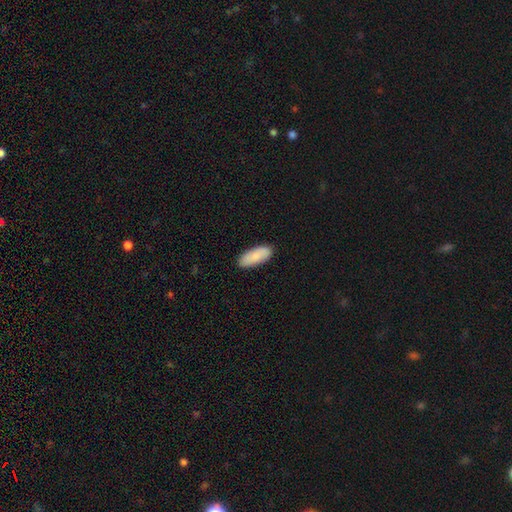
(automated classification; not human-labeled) Smooth or featured? Predicted: smooth (p=0.86). How rounded? Predicted: in between (p=0.80). Merging? Predicted: none (p=0.87).